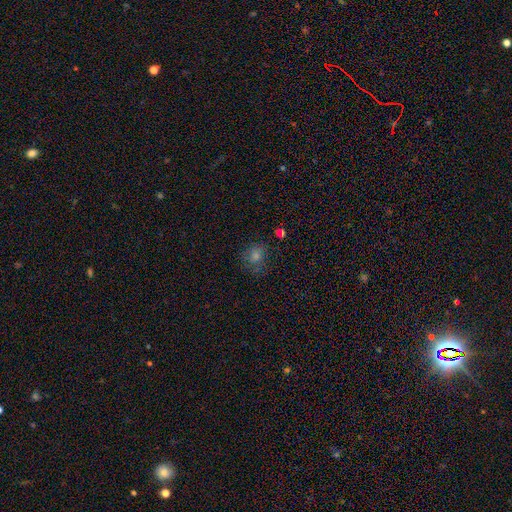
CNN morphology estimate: Smooth or featured? Predicted: smooth (p=0.57). How rounded? Predicted: round (p=0.67). Merging? Predicted: none (p=0.69).